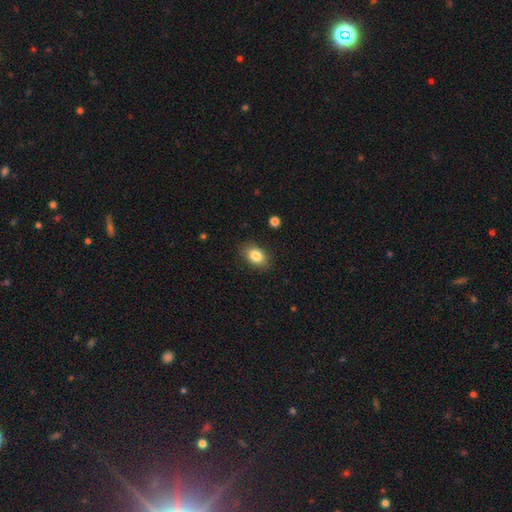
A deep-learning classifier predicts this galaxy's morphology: type=smooth (84%); roundness=in between (80%); merging=none (86%).